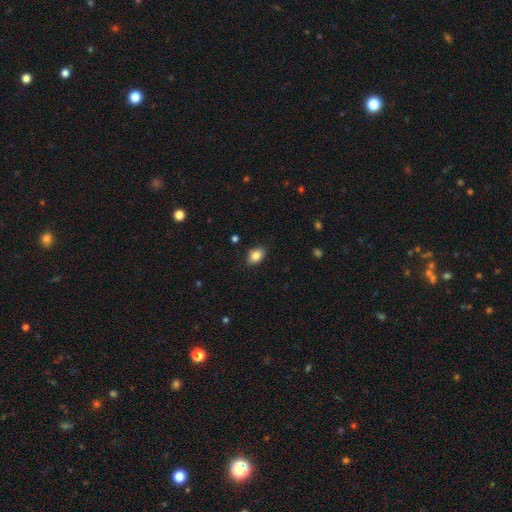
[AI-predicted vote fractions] A smooth galaxy with no disk features (84%) that is in between round and cigar-shaped (80%). Merging: none (85%).